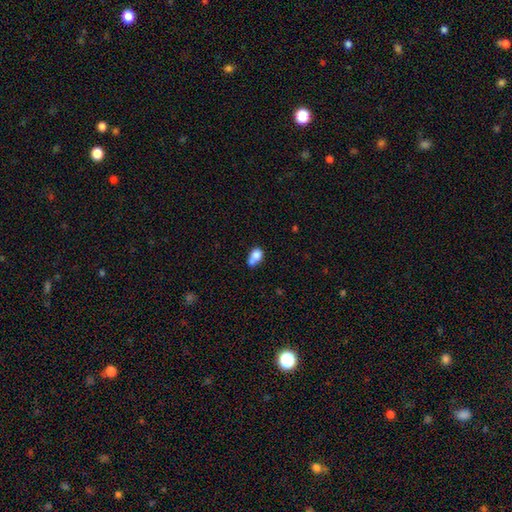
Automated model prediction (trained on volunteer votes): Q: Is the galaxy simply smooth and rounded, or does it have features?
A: smooth — 77%.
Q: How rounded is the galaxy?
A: in between — 67%.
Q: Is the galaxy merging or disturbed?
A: merger — 40%.